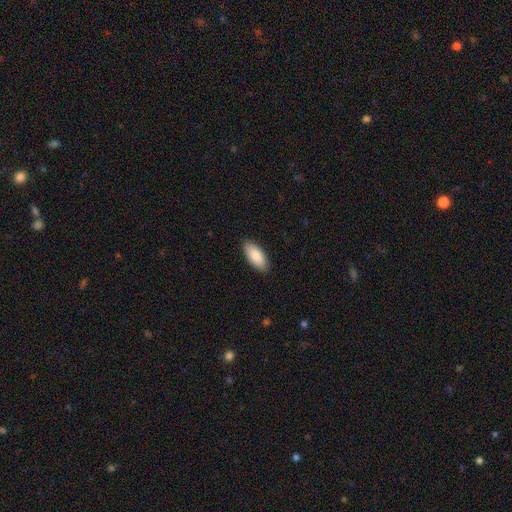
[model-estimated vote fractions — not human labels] The model was most divided on "how rounded": in between: 87%, cigar-shaped: 11%, round: 2%. More confident: smooth or featured — smooth (89%); merging — none (89%).